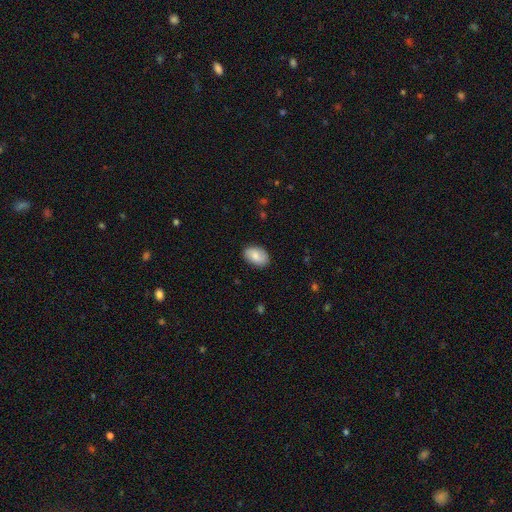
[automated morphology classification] This appears to be a smooth galaxy with no disk features (80%) that is in between round and cigar-shaped (90%). Merging: none (84%).